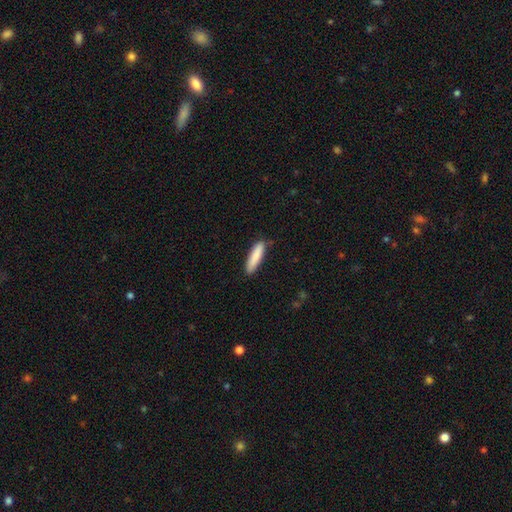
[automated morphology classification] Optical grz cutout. It shows a smooth galaxy with no disk features (86%) that is cigar-shaped (77%). Merging: none (85%).